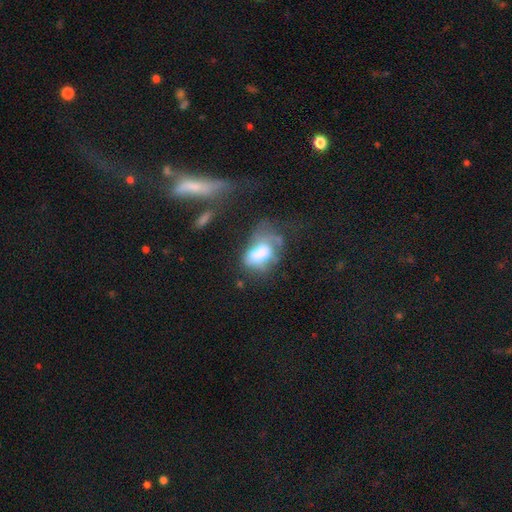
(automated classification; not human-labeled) This is possibly a smooth galaxy (47%). Merging: marginally major disturbance (41%).